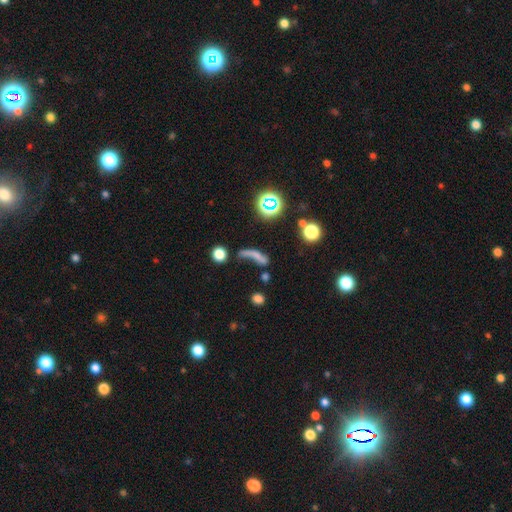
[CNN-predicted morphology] A smooth galaxy with no disk features (46%). Merging: none (33%).